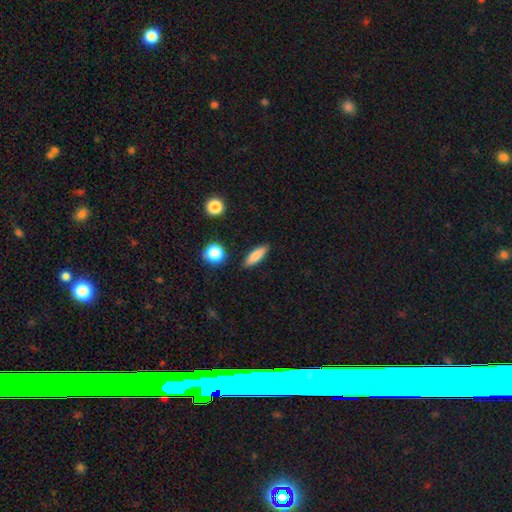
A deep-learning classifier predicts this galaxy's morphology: This appears to be a smooth galaxy with no disk features (80%) that is cigar-shaped (57%). Merging: none (87%).